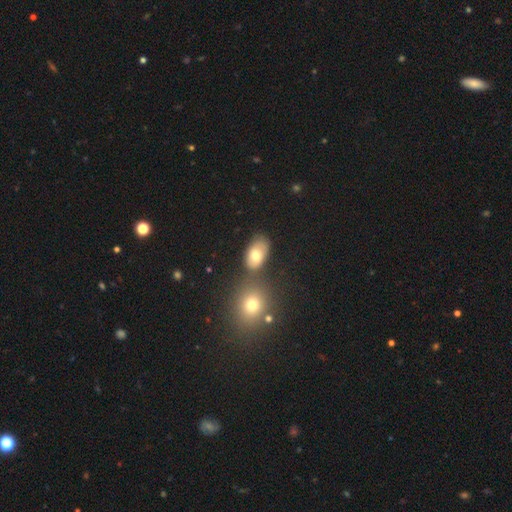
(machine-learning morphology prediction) Smooth or featured?
  - smooth: 72% *
  - featured or disk: 18%
  - star or artifact: 10%
How rounded?
  - in between: 86% *
  - round: 12%
  - cigar-shaped: 1%
Merging?
  - none: 63% *
  - merger: 16%
  - minor disturbance: 15%
  - major disturbance: 5%